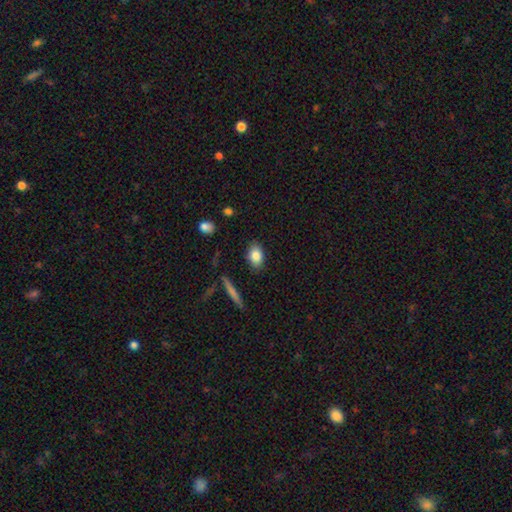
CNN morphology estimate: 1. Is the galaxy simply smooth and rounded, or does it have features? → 83% smooth, 9% featured or disk, 8% star or artifact.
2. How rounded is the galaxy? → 84% in between, 13% round, 3% cigar-shaped.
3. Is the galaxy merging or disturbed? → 86% none, 10% minor disturbance, 2% major disturbance, 2% merger.